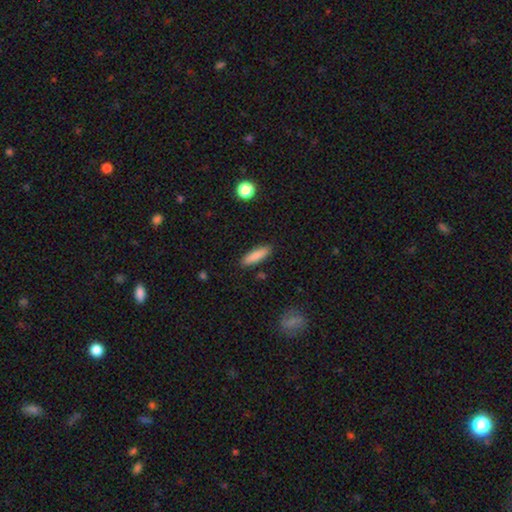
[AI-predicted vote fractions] Smooth or featured?
  - smooth: 85% *
  - featured or disk: 8%
  - star or artifact: 7%
How rounded?
  - cigar-shaped: 63% *
  - in between: 35%
  - round: 2%
Merging?
  - none: 88% *
  - minor disturbance: 8%
  - major disturbance: 2%
  - merger: 2%